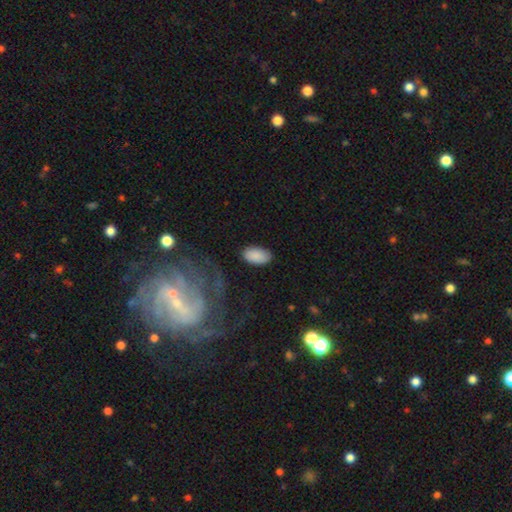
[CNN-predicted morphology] type=smooth (87%); roundness=in between (95%); merging=none (82%).